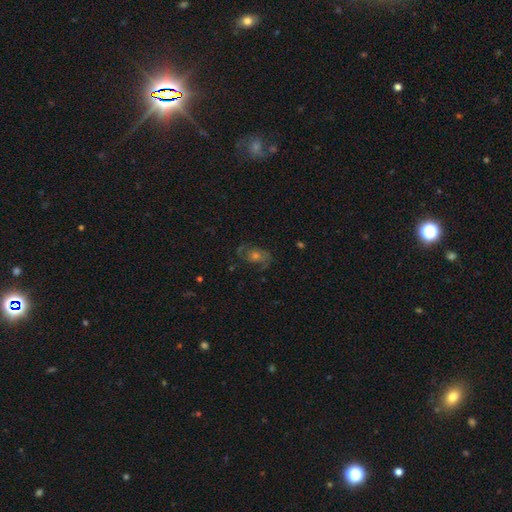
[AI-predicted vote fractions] This is possibly a featured or disk galaxy (55%). It is clearly not viewed edge-on (95%). Bar: likely no (76%). Spiral arm pattern: clearly yes (82%). Central bulge: possibly moderate (56%). Merging: likely none (69%).